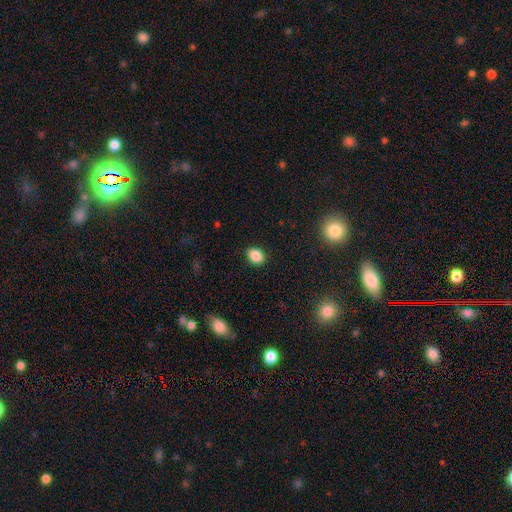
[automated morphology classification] Smooth or featured: smooth — 87% (star or artifact — 9%)
How rounded: in between — 68% (round — 30%)
Merging: none — 89% (minor disturbance — 8%)